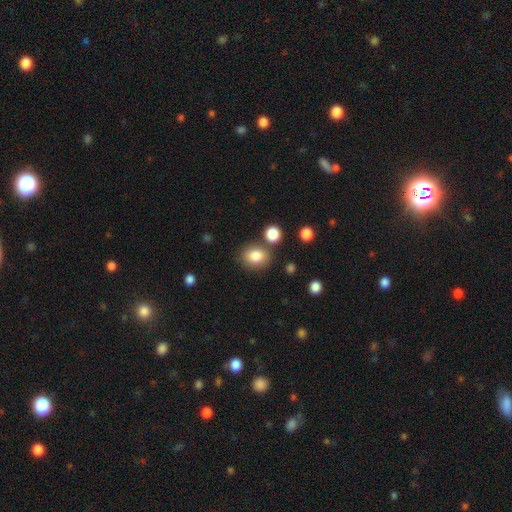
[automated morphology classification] Smooth or featured? smooth (84%)
How rounded? round (55%)
Merging? none (74%)